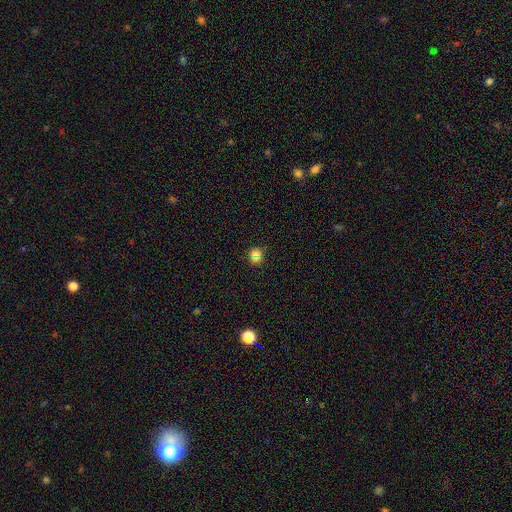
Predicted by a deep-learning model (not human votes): Smooth or featured? smooth (67%)
How rounded? round (88%)
Merging? none (79%)